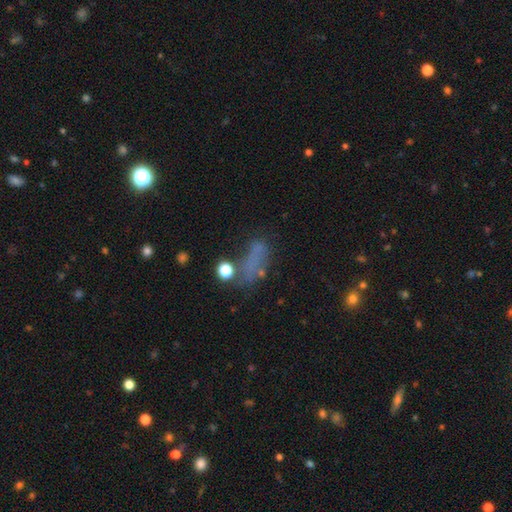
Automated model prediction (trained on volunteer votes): The model was most divided on "smooth or featured": smooth: 47%, star or artifact: 32%, featured or disk: 21%. Remaining: merging — none (45%).